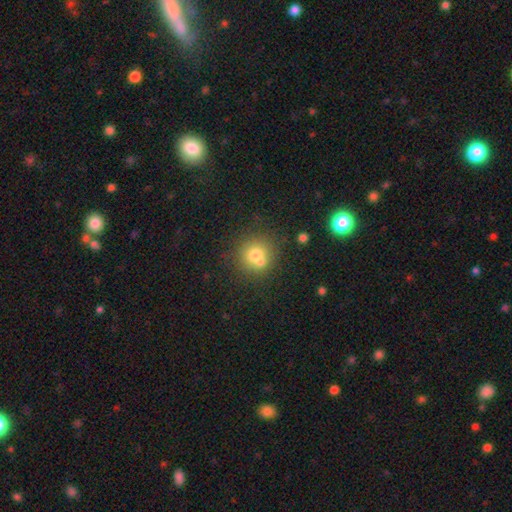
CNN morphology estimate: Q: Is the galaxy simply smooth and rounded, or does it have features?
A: smooth — 69%.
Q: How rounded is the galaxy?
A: round — 88%.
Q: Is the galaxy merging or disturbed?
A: none — 53%.